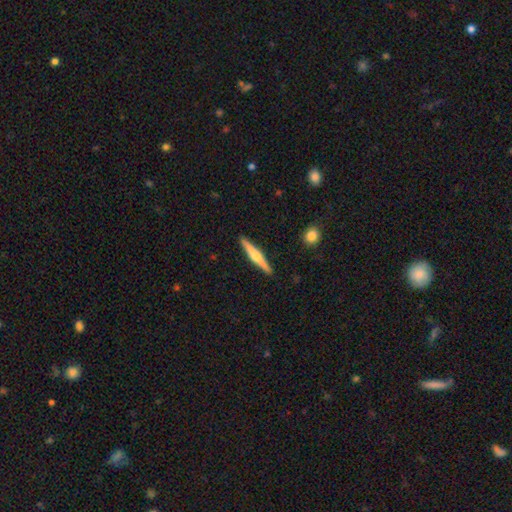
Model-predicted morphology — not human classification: featured or disk 62%, smooth 32%, star or artifact 5%. Down the decision tree: edge-on disk — yes (98%); edge-on bulge — rounded (88%); merging — none (92%).